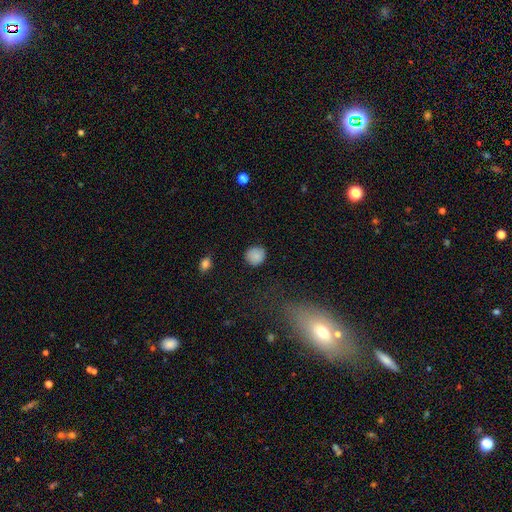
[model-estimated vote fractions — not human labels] Morphology: type=smooth (85%); roundness=round (87%); merging=none (84%).